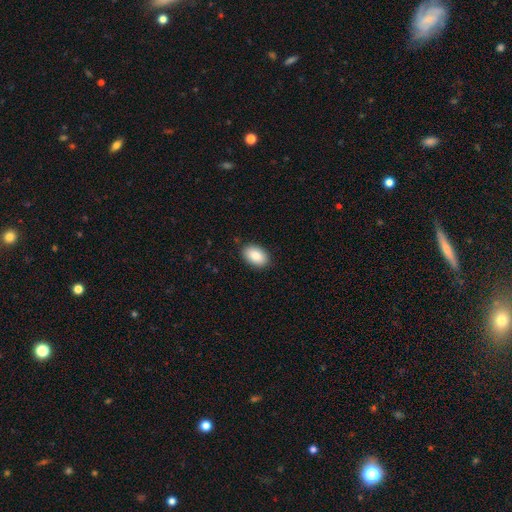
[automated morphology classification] Smooth or featured? Predicted: smooth (p=0.87). How rounded? Predicted: in between (p=0.90). Merging? Predicted: none (p=0.89).